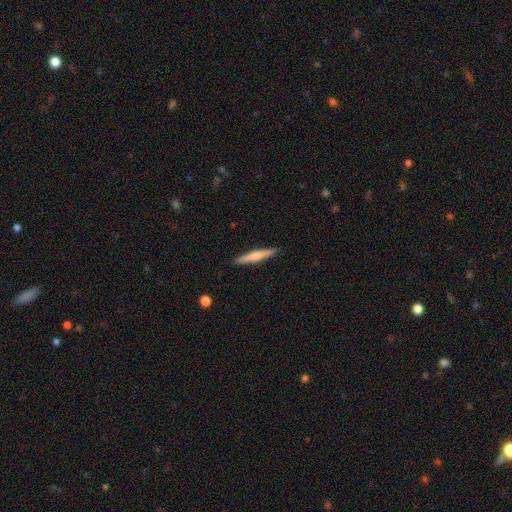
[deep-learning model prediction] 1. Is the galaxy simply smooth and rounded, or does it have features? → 60% smooth, 35% featured or disk, 5% star or artifact.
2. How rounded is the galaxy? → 95% cigar-shaped, 4% in between, 1% round.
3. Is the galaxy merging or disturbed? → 91% none, 7% minor disturbance, 1% major disturbance, 1% merger.